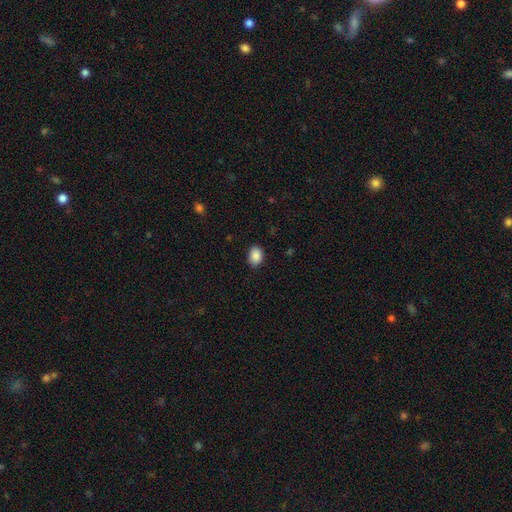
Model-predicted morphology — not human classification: This appears to be a smooth galaxy with no disk features (89%) that is in between round and cigar-shaped (76%). Merging: none (87%).